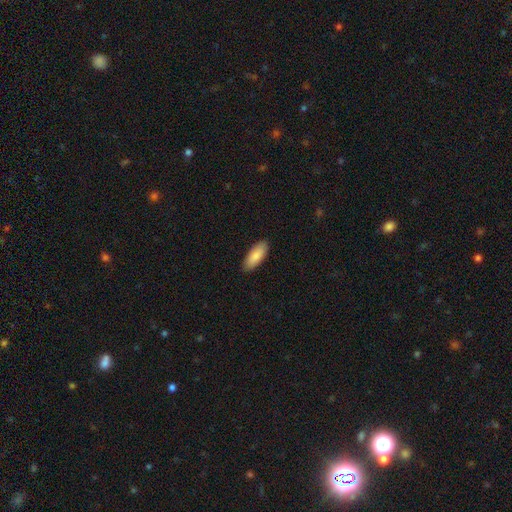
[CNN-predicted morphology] type=smooth (87%); roundness=in between (76%); merging=none (89%).